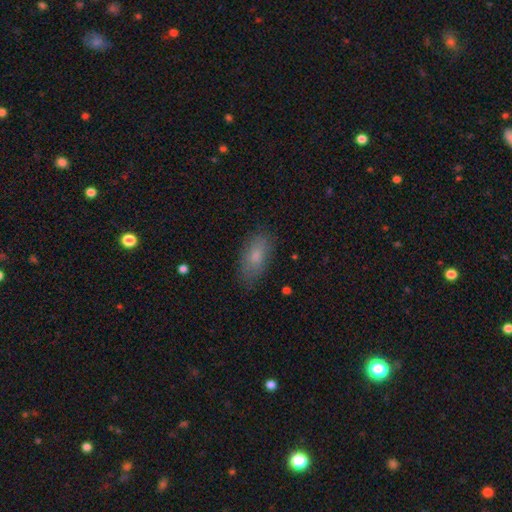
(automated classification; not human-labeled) Overall: smooth (77%). How rounded: in between (88%). Merging: none (79%).